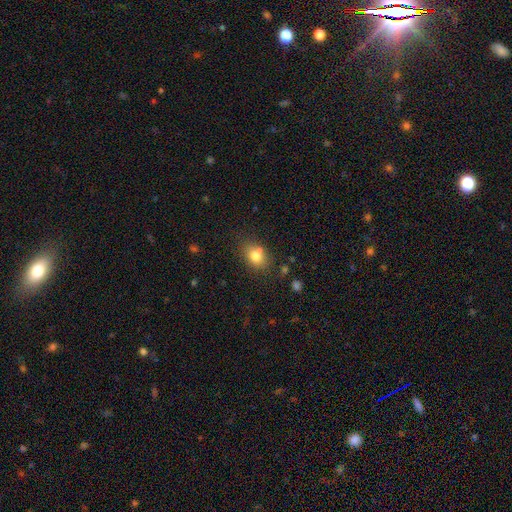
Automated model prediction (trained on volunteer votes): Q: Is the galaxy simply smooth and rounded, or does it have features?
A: smooth — 79%.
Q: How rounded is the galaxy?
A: in between — 55%.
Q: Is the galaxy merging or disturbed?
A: none — 69%.